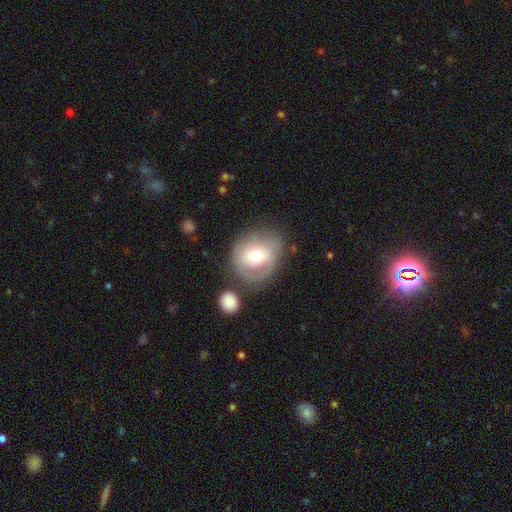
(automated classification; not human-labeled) Smooth or featured? featured or disk (48%)
Merging? none (61%)